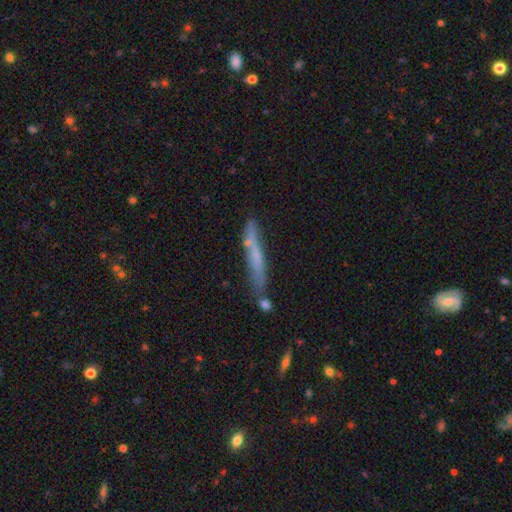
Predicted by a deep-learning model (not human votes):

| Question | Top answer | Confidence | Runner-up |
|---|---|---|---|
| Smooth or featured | smooth | 50% | featured or disk (42%) |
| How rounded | cigar-shaped | 95% | in between (4%) |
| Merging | none | 74% | minor disturbance (16%) |